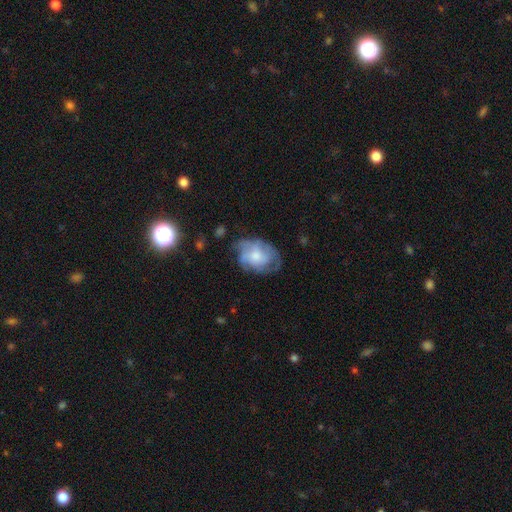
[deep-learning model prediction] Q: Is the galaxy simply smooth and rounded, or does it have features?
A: featured or disk — 52%.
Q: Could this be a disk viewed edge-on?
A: no — 96%.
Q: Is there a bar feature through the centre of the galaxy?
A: no — 78%.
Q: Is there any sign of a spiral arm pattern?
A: yes — 66%.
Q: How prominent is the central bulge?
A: moderate — 49%.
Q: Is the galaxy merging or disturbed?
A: none — 51%.